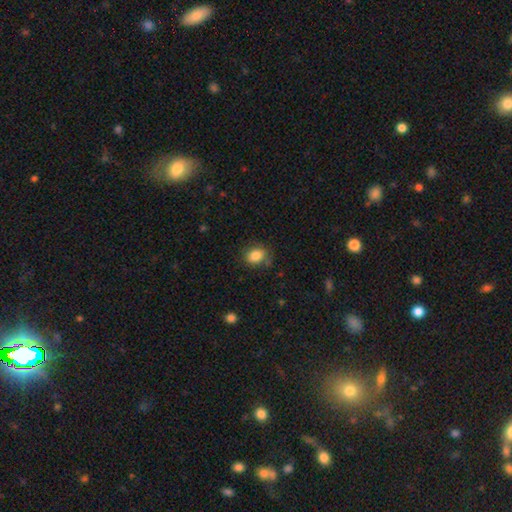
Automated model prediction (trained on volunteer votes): This is clearly a smooth galaxy (85%). How rounded: likely in between (62%). Merging: likely none (78%).